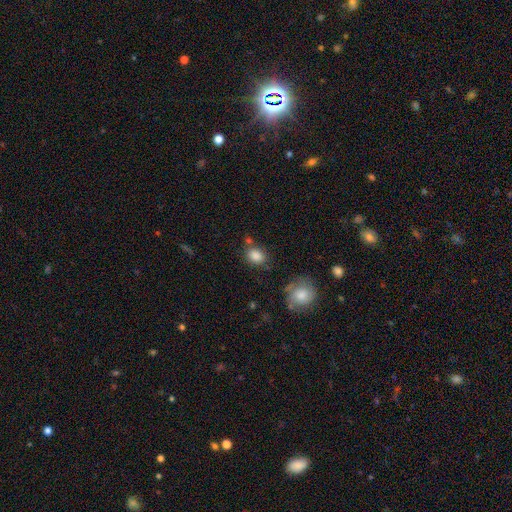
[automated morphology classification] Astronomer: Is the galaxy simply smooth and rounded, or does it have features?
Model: smooth — 86%.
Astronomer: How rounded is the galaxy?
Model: in between — 51% (runner-up: round, 48%).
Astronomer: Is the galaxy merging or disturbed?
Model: none — 70%.